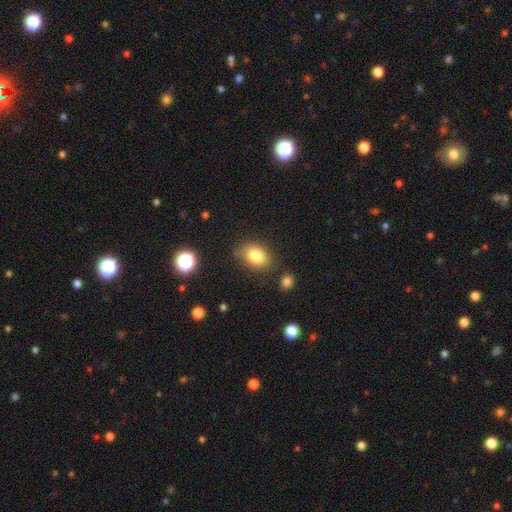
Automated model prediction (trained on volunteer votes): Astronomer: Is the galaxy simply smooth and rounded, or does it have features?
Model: smooth — 81%.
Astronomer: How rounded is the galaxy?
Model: in between — 69%.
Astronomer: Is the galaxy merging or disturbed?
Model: none — 74%.